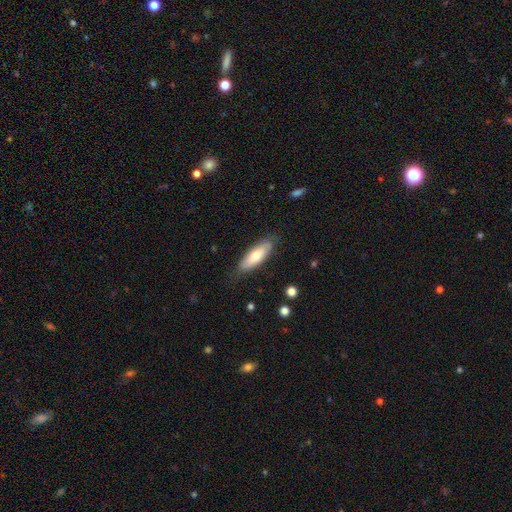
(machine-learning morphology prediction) Smooth or featured? Predicted: smooth (p=0.68). How rounded? Predicted: in between (p=0.53). Merging? Predicted: none (p=0.80).